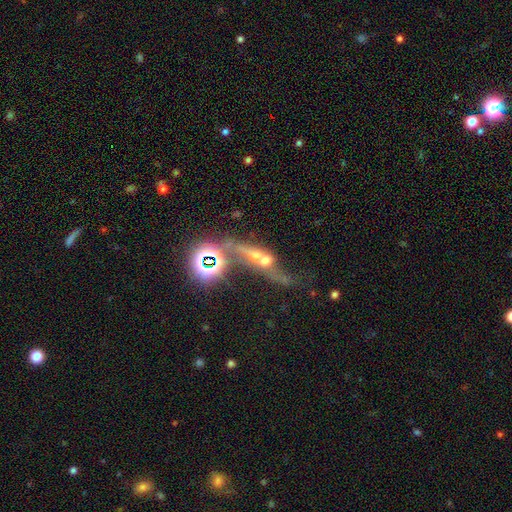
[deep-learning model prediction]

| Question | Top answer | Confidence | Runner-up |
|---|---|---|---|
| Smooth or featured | featured or disk | 47% | smooth (27%) |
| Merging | merger | 51% | none (24%) |